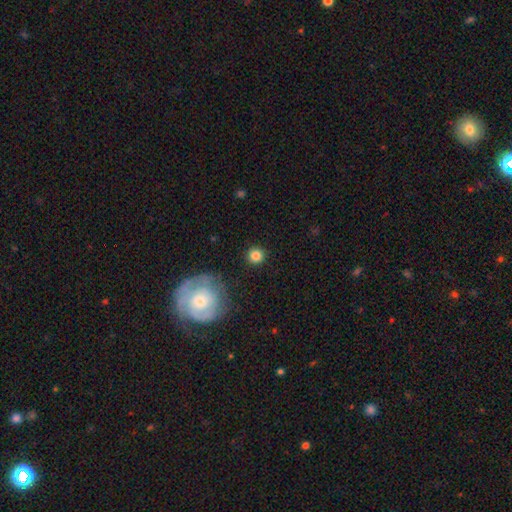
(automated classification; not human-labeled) A smooth galaxy with no disk features (84%) that is round (94%). Merging: none (90%).